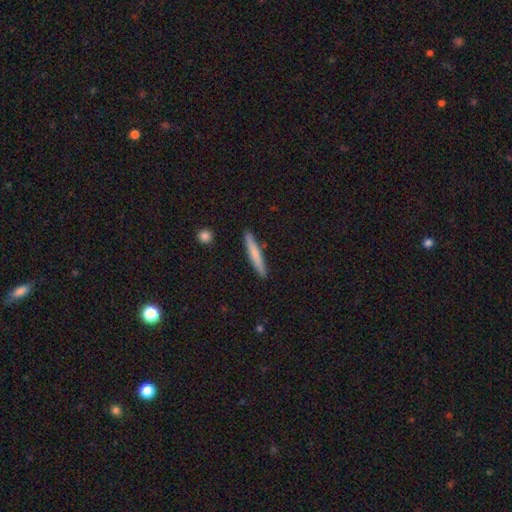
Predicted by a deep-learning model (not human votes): A smooth galaxy with no disk features (68%) that is cigar-shaped (95%). Merging: none (88%).